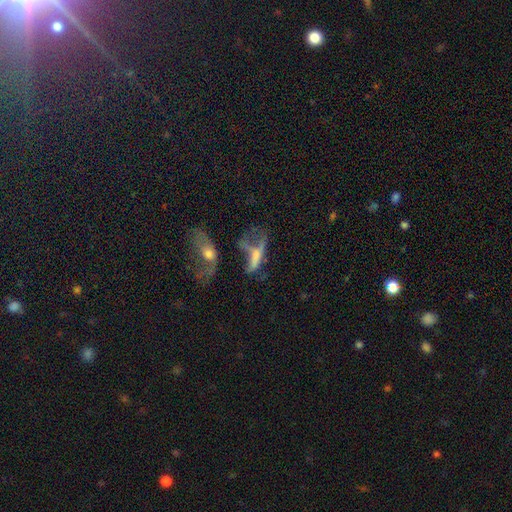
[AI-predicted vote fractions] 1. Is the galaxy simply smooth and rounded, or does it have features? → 45% featured or disk, 40% smooth, 15% star or artifact.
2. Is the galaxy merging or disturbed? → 31% merger, 30% major disturbance, 24% none, 15% minor disturbance.